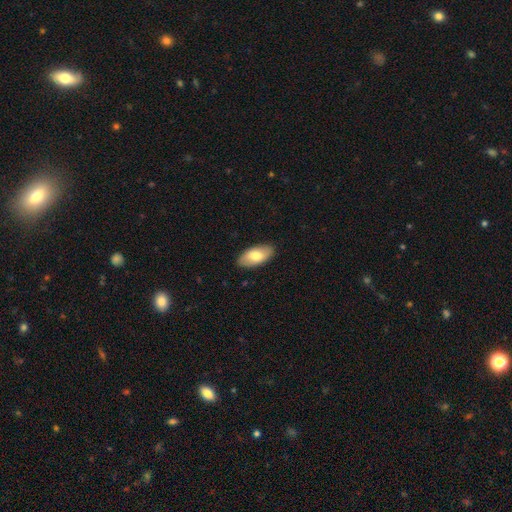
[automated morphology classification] This is likely a smooth galaxy (74%). How rounded: clearly in between (93%). Merging: clearly none (88%).